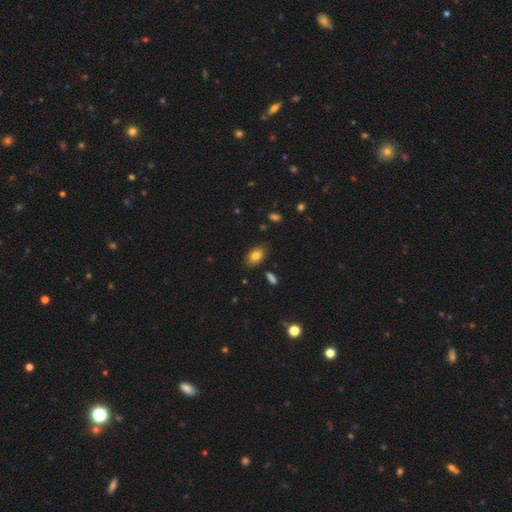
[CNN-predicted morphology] Smooth or featured?
  - smooth: 80% *
  - featured or disk: 11%
  - star or artifact: 9%
How rounded?
  - in between: 88% *
  - round: 10%
  - cigar-shaped: 2%
Merging?
  - none: 84% *
  - minor disturbance: 12%
  - major disturbance: 3%
  - merger: 2%